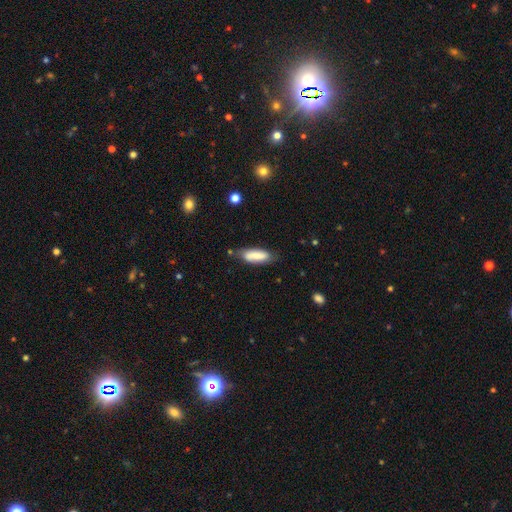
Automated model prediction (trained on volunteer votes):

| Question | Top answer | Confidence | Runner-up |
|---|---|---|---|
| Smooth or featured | smooth | 79% | featured or disk (14%) |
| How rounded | in between | 55% | cigar-shaped (44%) |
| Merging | none | 71% | minor disturbance (21%) |